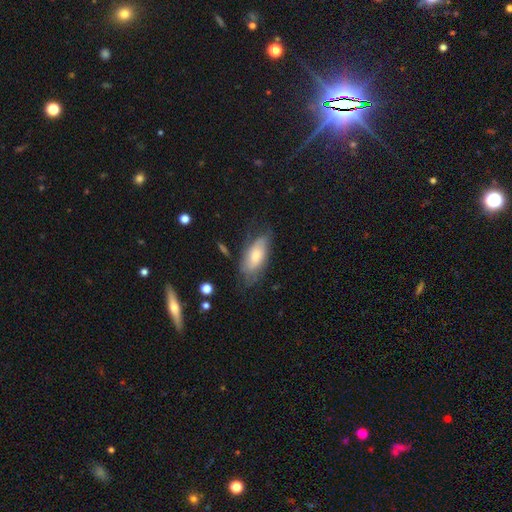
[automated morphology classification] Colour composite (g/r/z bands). It shows a smooth galaxy with no disk features (59%) that is in between round and cigar-shaped (86%). Merging: none (55%).